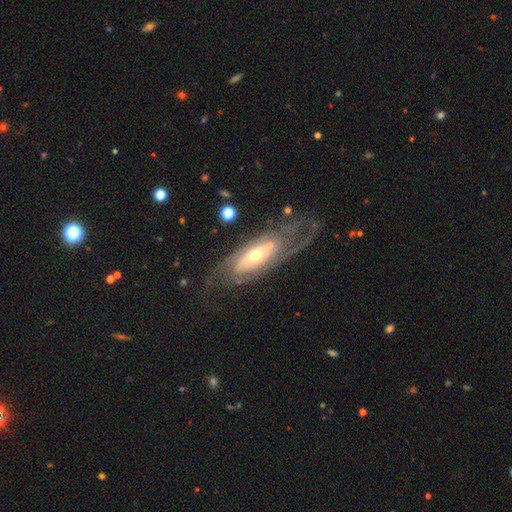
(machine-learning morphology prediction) smooth-or-featured: featured or disk: 80% | smooth: 14% | star or artifact: 6%
  disk-edge-on: no: 86% | yes: 14%
    bar: no: 66% | weak: 23% | strong: 10%
    has-spiral-arms: yes: 81% | no: 19%
      spiral-winding: tight: 52% | medium: 32% | loose: 16%
      spiral-arm-count: can't tell: 40% | 2: 38% | 1: 9% | 3: 7% | 4: 3% | more than 4: 3%
    bulge-size: moderate: 65% | small: 24% | large: 8% | dominant: 1% | none: 1%
  merging: none: 55% | major disturbance: 21% | minor disturbance: 20% | merger: 5%